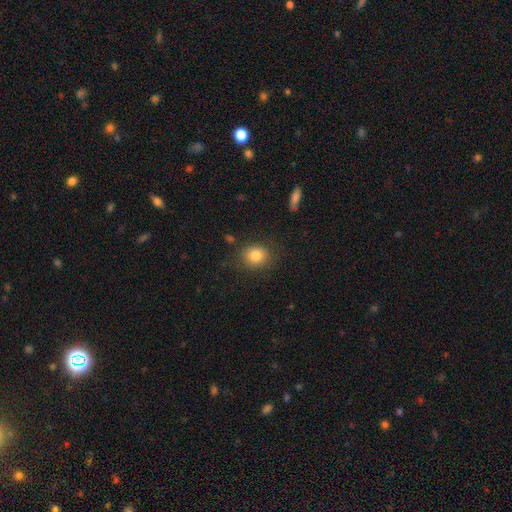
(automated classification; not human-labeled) Overall: smooth (81%). How rounded: round (72%). Merging: none (84%).